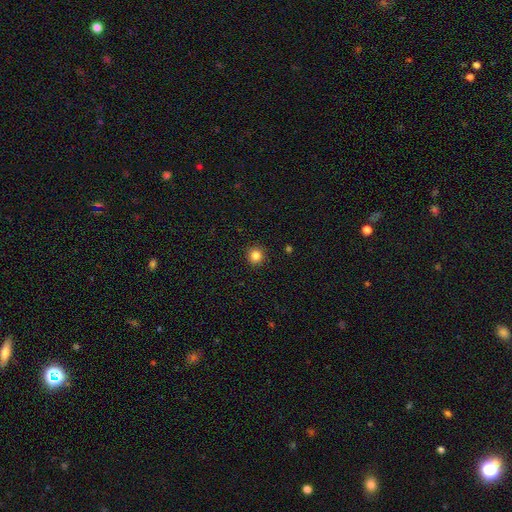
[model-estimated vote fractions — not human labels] smooth 84%, star or artifact 12%, featured or disk 4%. Down the decision tree: how rounded — round (94%); merging — none (92%).